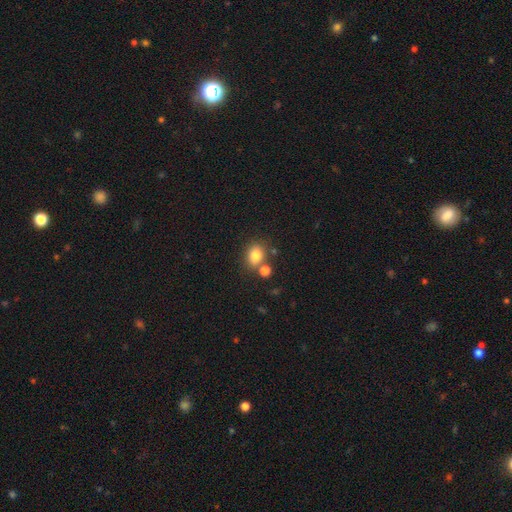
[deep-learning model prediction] Smooth or featured?
  - smooth: 80% *
  - star or artifact: 11%
  - featured or disk: 8%
How rounded?
  - in between: 50% *
  - round: 49%
  - cigar-shaped: 1%
Merging?
  - none: 64% *
  - merger: 20%
  - minor disturbance: 12%
  - major disturbance: 4%